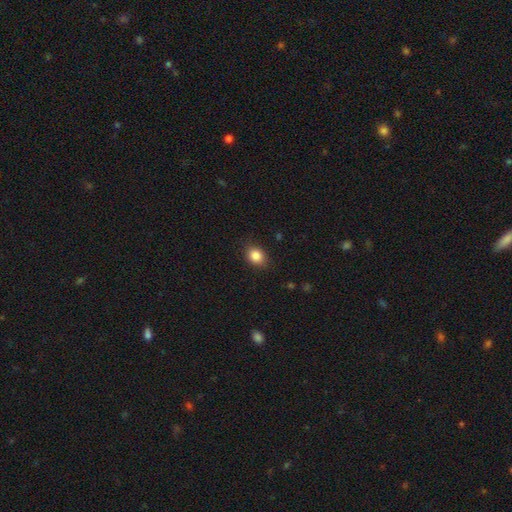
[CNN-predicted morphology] A smooth galaxy with no disk features (86%) that is in between round and cigar-shaped (50%). Merging: none (85%).